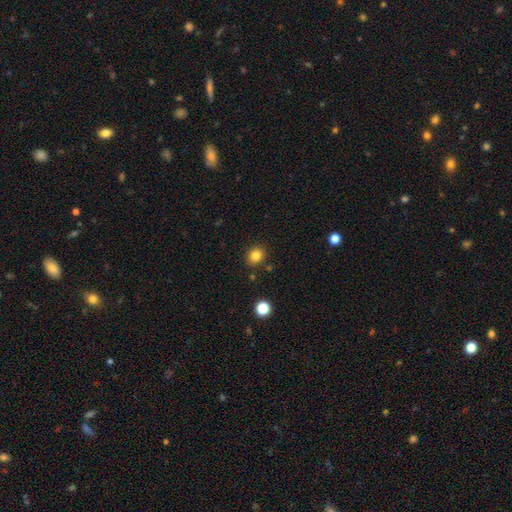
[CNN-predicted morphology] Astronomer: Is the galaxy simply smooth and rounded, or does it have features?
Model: smooth — 82%.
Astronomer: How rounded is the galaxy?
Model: round — 76%.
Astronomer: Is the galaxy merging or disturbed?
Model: none — 87%.